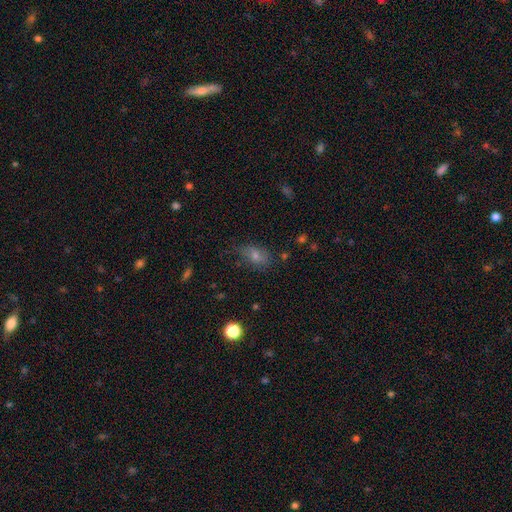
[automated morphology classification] smooth-or-featured: smooth: 61% | featured or disk: 21% | star or artifact: 18%
  how-rounded: in between: 78% | round: 18% | cigar-shaped: 4%
  merging: none: 63% | minor disturbance: 25% | major disturbance: 9% | merger: 2%